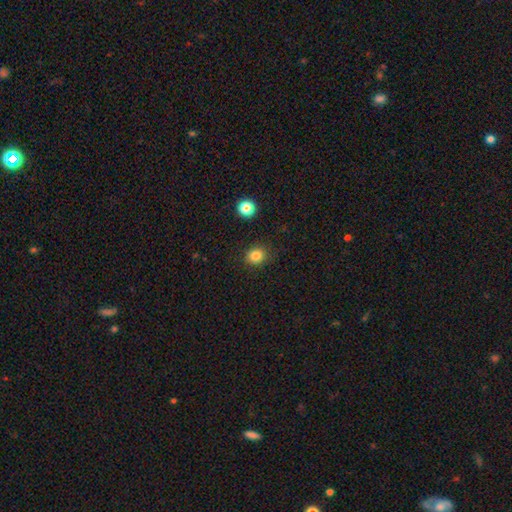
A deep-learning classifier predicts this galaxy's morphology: This appears to be a smooth galaxy with no disk features (83%) that is round (75%). Merging: none (86%).